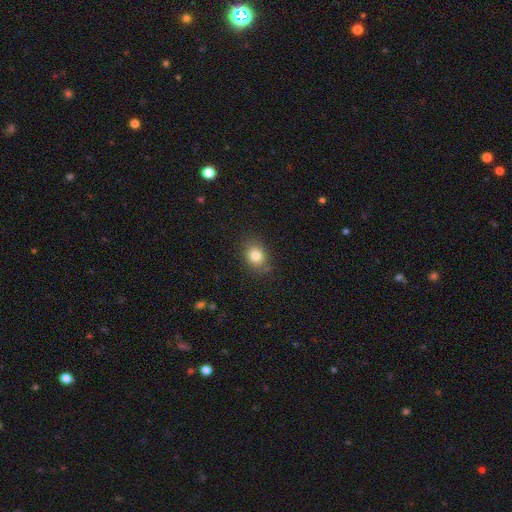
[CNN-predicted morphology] smooth_or_featured: smooth (p=0.82) [alt: star or artifact p=0.11]
how_rounded: in between (p=0.50) [alt: round p=0.49]
merging: none (p=0.79) [alt: minor disturbance p=0.15]